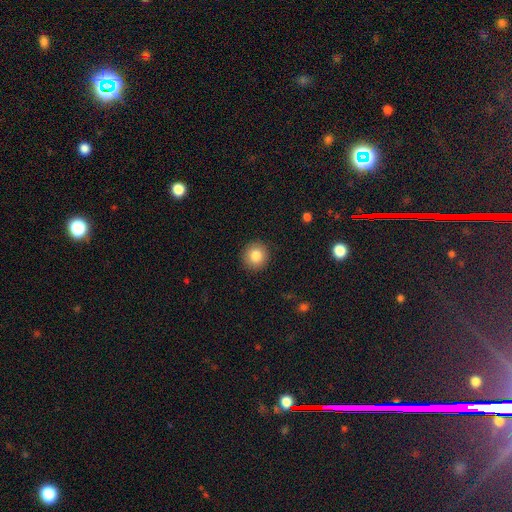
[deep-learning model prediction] Smooth or featured?
  - smooth: 83% *
  - star or artifact: 9%
  - featured or disk: 8%
How rounded?
  - round: 93% *
  - in between: 6%
  - cigar-shaped: 1%
Merging?
  - none: 92% *
  - minor disturbance: 5%
  - major disturbance: 2%
  - merger: 1%